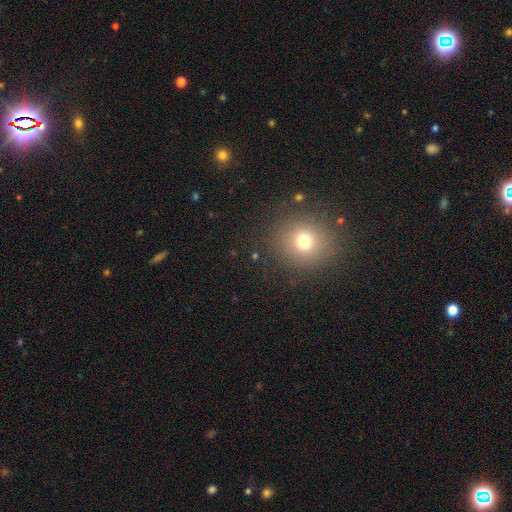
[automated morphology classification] Smooth or featured? Predicted: smooth (p=0.64). How rounded? Predicted: round (p=0.86). Merging? Predicted: none (p=0.87).